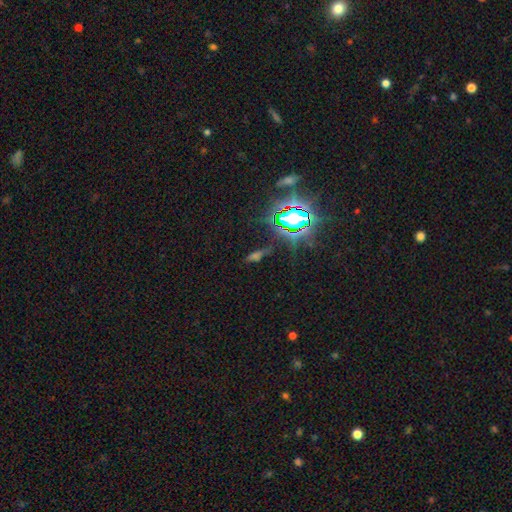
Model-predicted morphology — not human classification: A star or artifact, not a galaxy (51%).

Vote fractions:
- Smooth or featured? star or artifact: 51% / smooth: 30% / featured or disk: 19%